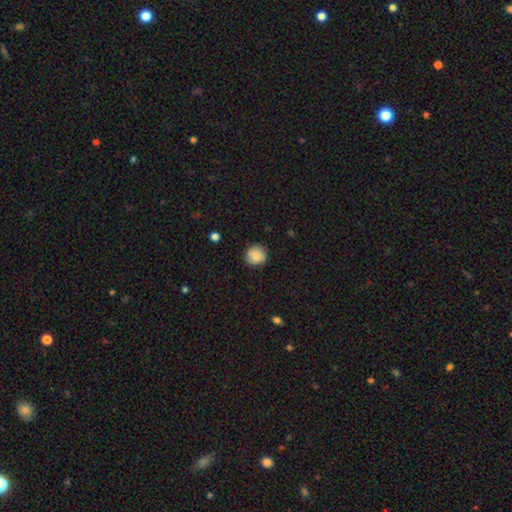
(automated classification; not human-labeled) Smooth or featured?
  - smooth: 86% *
  - star or artifact: 8%
  - featured or disk: 6%
How rounded?
  - round: 89% *
  - in between: 10%
  - cigar-shaped: 1%
Merging?
  - none: 86% *
  - minor disturbance: 11%
  - major disturbance: 2%
  - merger: 1%